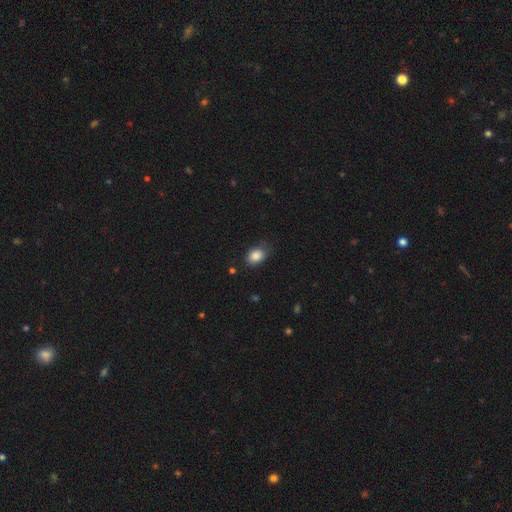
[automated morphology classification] Overall: smooth (85%). How rounded: in between (73%). Merging: none (66%; minor disturbance 26%).